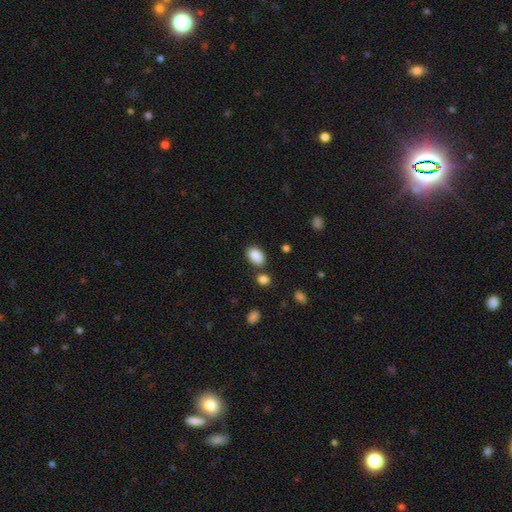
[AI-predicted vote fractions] A smooth galaxy with no disk features (88%) that is in between round and cigar-shaped (86%).

Vote fractions:
- Smooth or featured? smooth: 88% / star or artifact: 8% / featured or disk: 4%
- How rounded? in between: 86% / round: 13% / cigar-shaped: 1%
- Merging? none: 73% / minor disturbance: 13% / merger: 10% / major disturbance: 4%